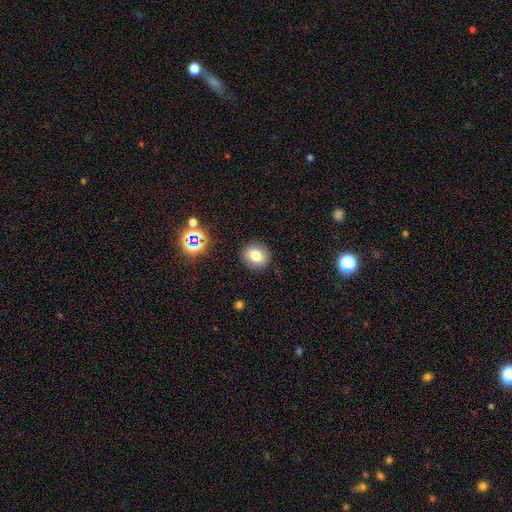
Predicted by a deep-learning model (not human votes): Overall: smooth (76%). How rounded: round (83%). Merging: none (89%).